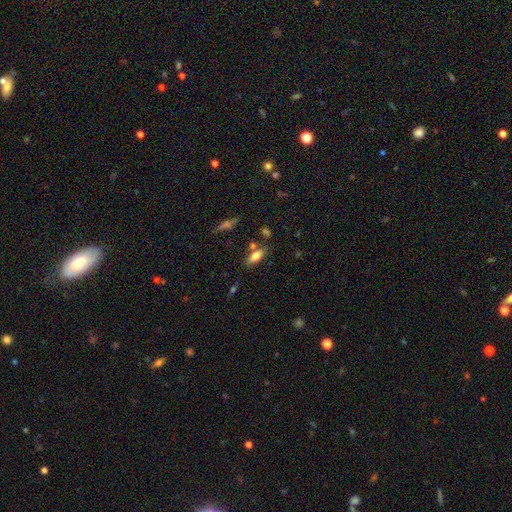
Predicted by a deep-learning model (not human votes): Smooth or featured? Predicted: smooth (p=0.72). How rounded? Predicted: in between (p=0.75). Merging? Predicted: none (p=0.69).